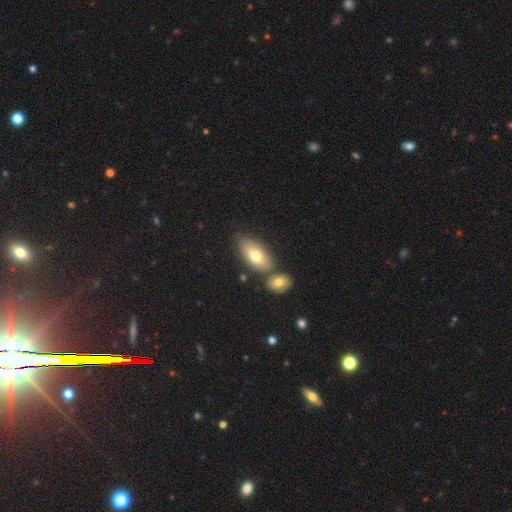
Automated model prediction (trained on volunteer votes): This appears to be a smooth galaxy with no disk features (74%) that is in between round and cigar-shaped (89%). Merging: none (60%).